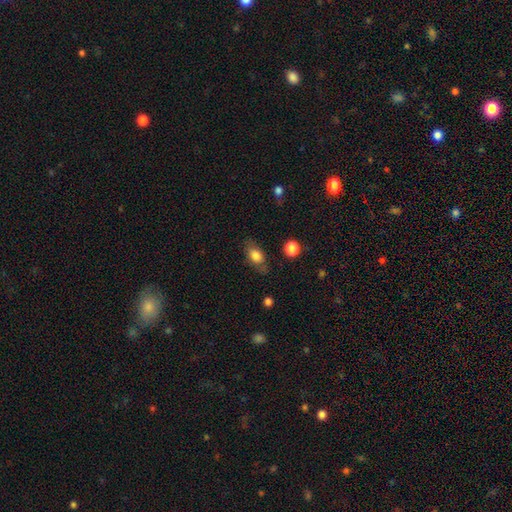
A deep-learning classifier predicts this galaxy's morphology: smooth 76%, featured or disk 16%, star or artifact 8%. Down the decision tree: how rounded — in between (83%); merging — none (73%).